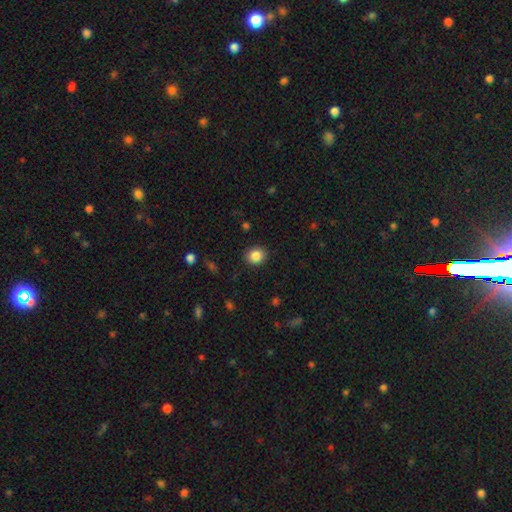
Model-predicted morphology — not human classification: type=smooth (86%); roundness=round (73%); merging=none (90%).